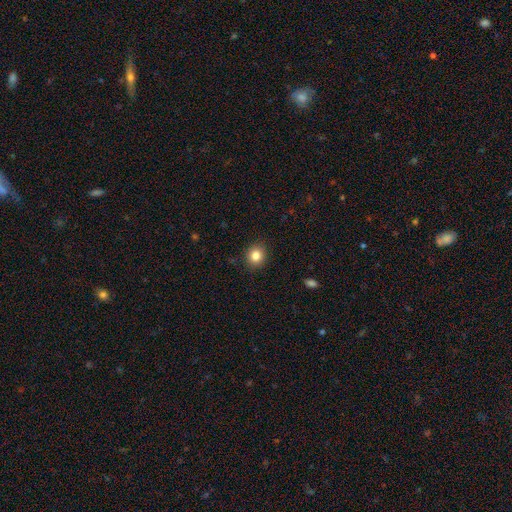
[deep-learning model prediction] smooth-or-featured: smooth: 83% | star or artifact: 11% | featured or disk: 6%
  how-rounded: round: 83% | in between: 16% | cigar-shaped: 1%
  merging: none: 91% | minor disturbance: 6% | major disturbance: 2% | merger: 1%